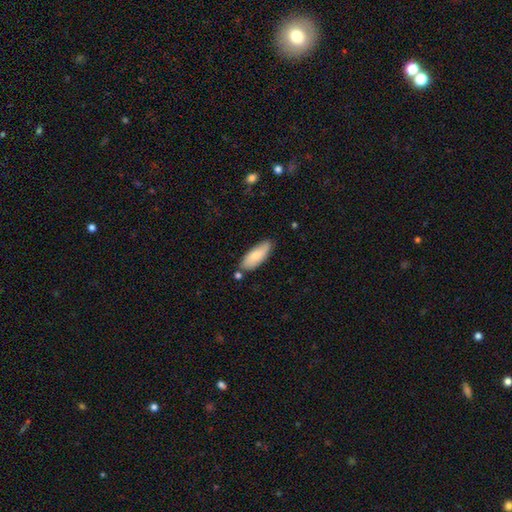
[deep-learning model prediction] Smooth or featured? Predicted: smooth (p=0.76). How rounded? Predicted: in between (p=0.71). Merging? Predicted: none (p=0.74).